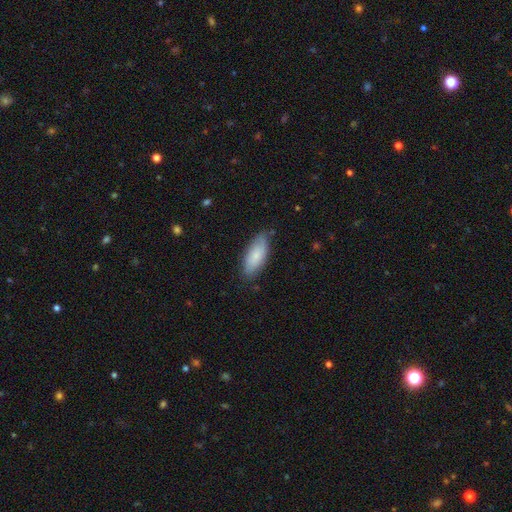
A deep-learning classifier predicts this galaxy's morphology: A smooth galaxy with no disk features (76%) that is in between round and cigar-shaped (82%).

Vote fractions:
- Smooth or featured? smooth: 76% / featured or disk: 19% / star or artifact: 6%
- How rounded? in between: 82% / cigar-shaped: 16% / round: 2%
- Merging? none: 77% / minor disturbance: 19% / major disturbance: 3% / merger: 1%